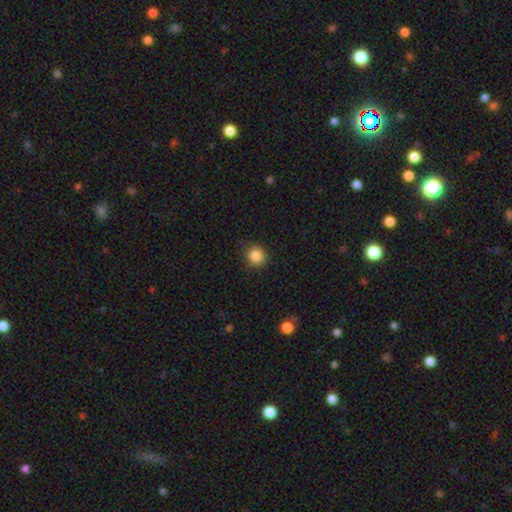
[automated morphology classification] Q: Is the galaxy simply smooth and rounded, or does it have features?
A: smooth — 86%.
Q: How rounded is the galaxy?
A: round — 90%.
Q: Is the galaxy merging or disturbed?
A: none — 88%.